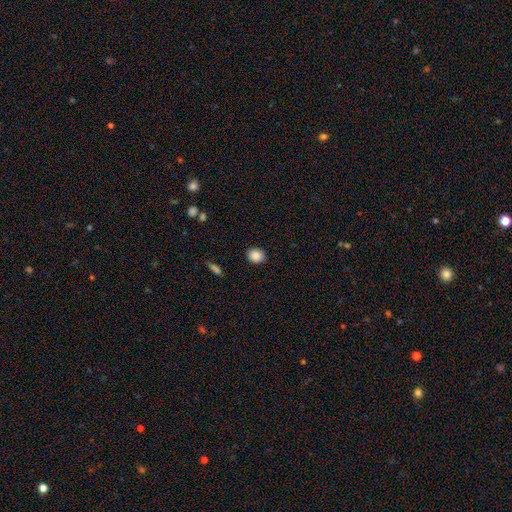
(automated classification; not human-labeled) The model was most divided on "how rounded": round: 69%, in between: 30%, cigar-shaped: 1%. More confident: merging — none (89%); smooth or featured — smooth (88%).